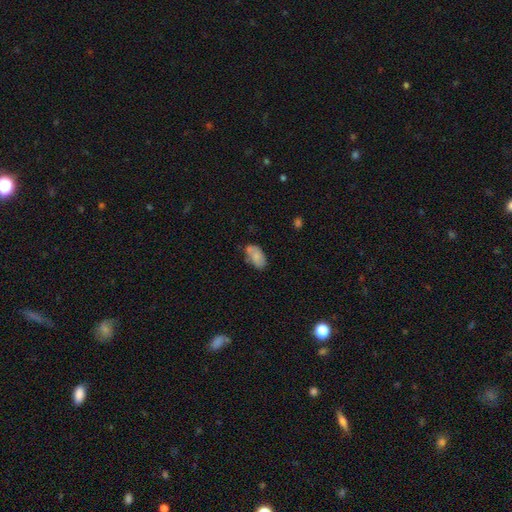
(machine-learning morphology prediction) The model was most divided on "merging": none: 50%, minor disturbance: 24%, merger: 19%, major disturbance: 7%. More confident: how rounded — in between (92%); smooth or featured — smooth (74%).